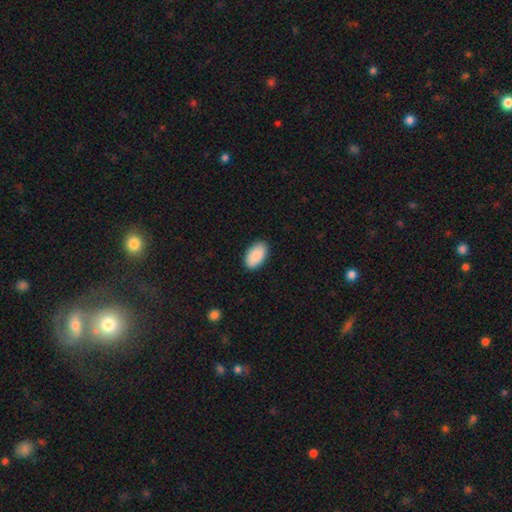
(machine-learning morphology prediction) smooth 91%, star or artifact 6%, featured or disk 4%. Down the decision tree: how rounded — in between (96%); merging — none (89%).